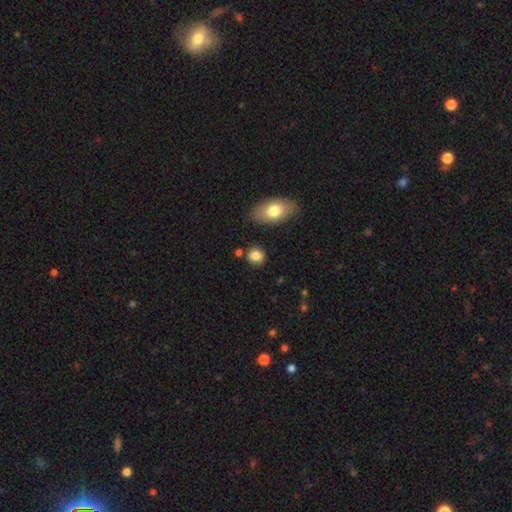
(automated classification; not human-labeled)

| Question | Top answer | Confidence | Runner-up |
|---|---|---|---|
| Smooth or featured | smooth | 84% | star or artifact (9%) |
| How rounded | round | 75% | in between (24%) |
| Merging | none | 81% | minor disturbance (10%) |